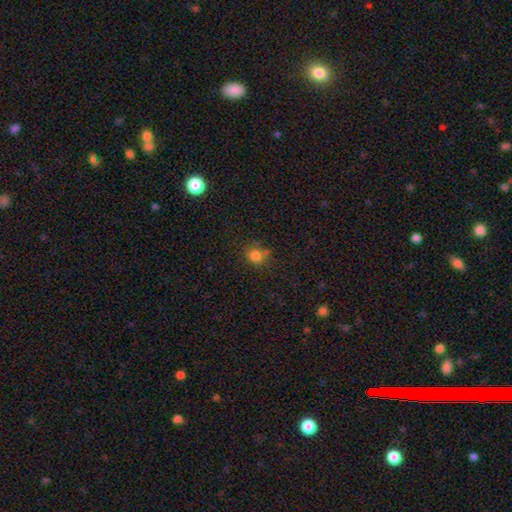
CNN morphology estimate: type=smooth (80%); roundness=round (79%); merging=none (66%).